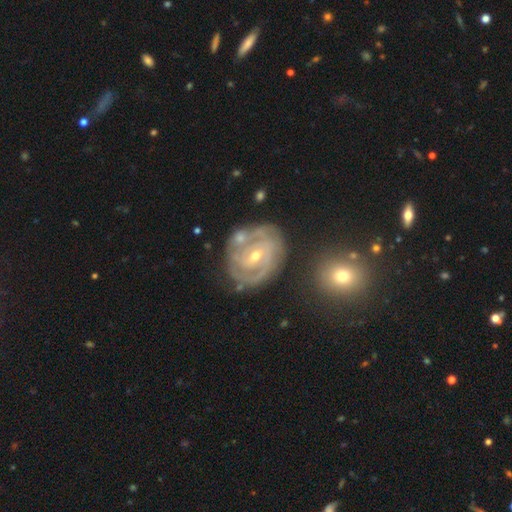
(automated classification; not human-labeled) Smooth or featured? featured or disk (86%)
Edge-on disk? no (97%)
Bar? weak (44%)
Spiral arms? yes (93%)
Spiral winding? tight (70%)
Spiral arm count? 2 (45%)
Bulge size? small (54%)
Merging? none (66%)